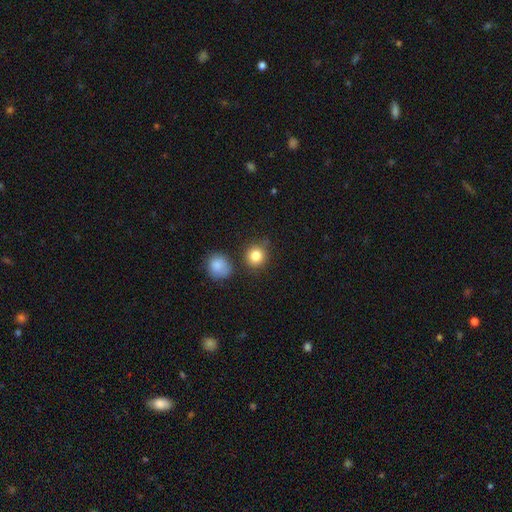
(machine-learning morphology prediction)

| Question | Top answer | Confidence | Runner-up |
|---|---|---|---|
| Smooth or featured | smooth | 84% | star or artifact (10%) |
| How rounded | round | 89% | in between (10%) |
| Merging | none | 78% | minor disturbance (10%) |